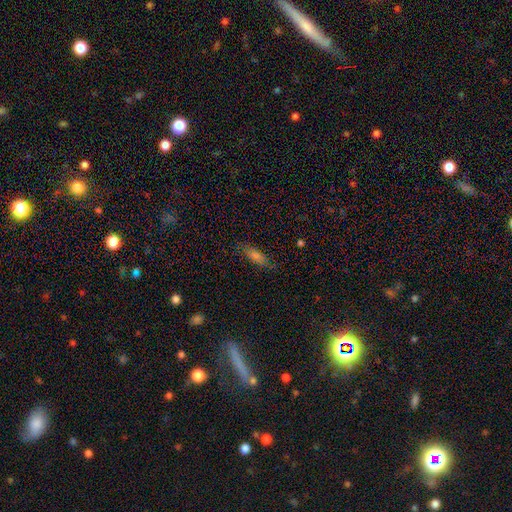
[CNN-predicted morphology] This is likely a smooth galaxy (63%). How rounded: possibly in between (49%). Merging: clearly none (80%).